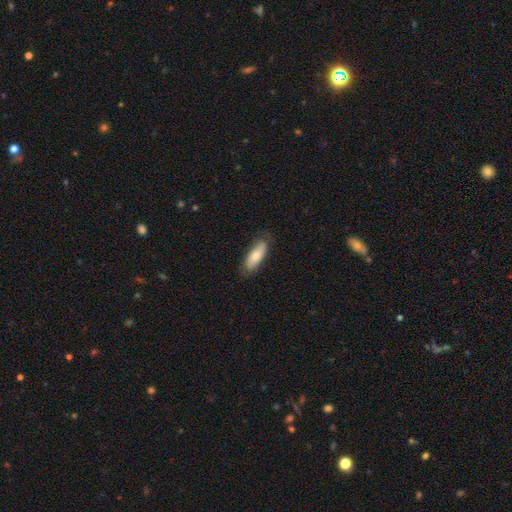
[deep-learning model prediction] smooth_or_featured: smooth (p=0.68) [alt: featured or disk p=0.26]
how_rounded: in between (p=0.70) [alt: cigar-shaped p=0.28]
merging: none (p=0.79) [alt: minor disturbance p=0.17]